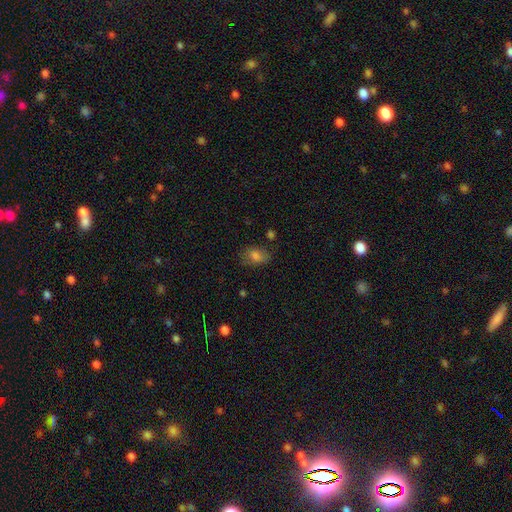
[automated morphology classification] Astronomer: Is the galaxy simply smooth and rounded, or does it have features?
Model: smooth — 77%.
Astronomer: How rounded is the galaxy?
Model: in between — 80%.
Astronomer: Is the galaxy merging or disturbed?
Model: none — 70%.